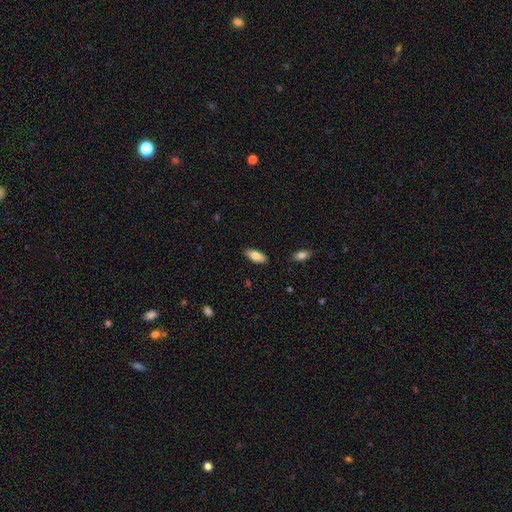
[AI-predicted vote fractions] The model was most divided on "how rounded": in between: 82%, cigar-shaped: 16%, round: 2%. More confident: merging — none (88%); smooth or featured — smooth (80%).